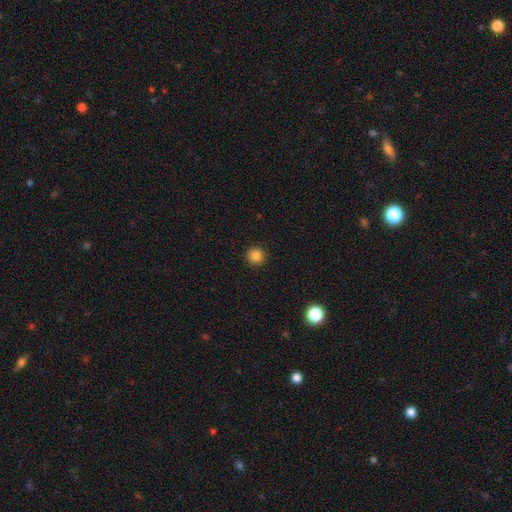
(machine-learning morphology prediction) smooth_or_featured: smooth (p=0.85) [alt: star or artifact p=0.12]
how_rounded: round (p=0.95) [alt: in between p=0.04]
merging: none (p=0.93) [alt: minor disturbance p=0.05]